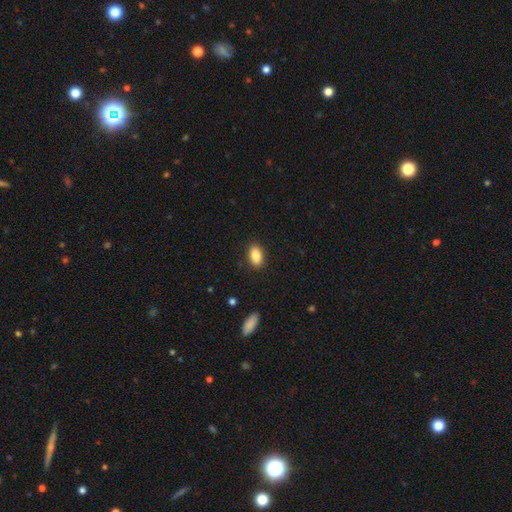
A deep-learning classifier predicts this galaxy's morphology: A smooth galaxy with no disk features (88%) that is in between round and cigar-shaped (90%). Merging: none (87%).